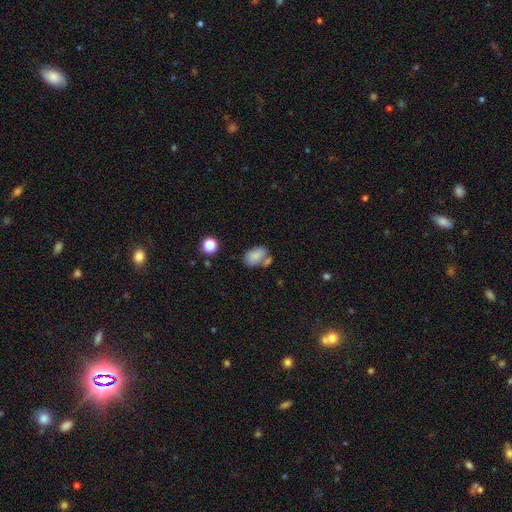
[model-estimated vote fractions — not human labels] Smooth or featured? Predicted: smooth (p=0.80). How rounded? Predicted: in between (p=0.88). Merging? Predicted: none (p=0.46).